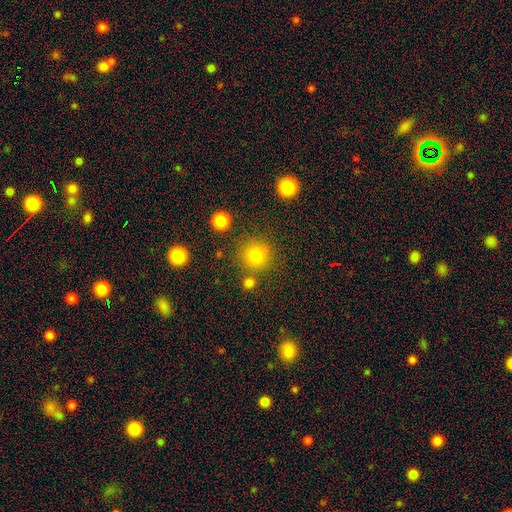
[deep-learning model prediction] Q: Smooth or featured?
A: smooth (81%); runner-up: star or artifact (14%)
Q: How rounded?
A: round (93%); runner-up: in between (6%)
Q: Merging?
A: none (80%); runner-up: minor disturbance (8%)